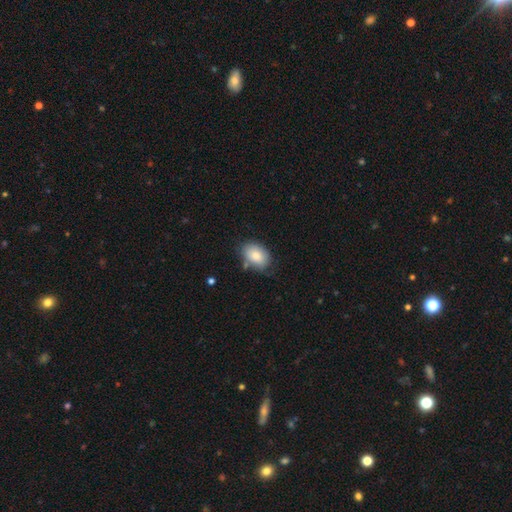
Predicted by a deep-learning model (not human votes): A smooth galaxy with no disk features (83%) that is in between round and cigar-shaped (84%). Merging: none (72%).